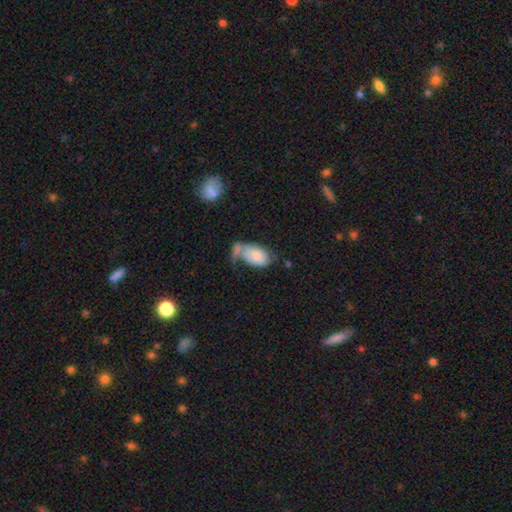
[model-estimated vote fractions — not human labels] smooth 70%, featured or disk 23%, star or artifact 6%. Down the decision tree: how rounded — in between (92%); merging — merger (34%).